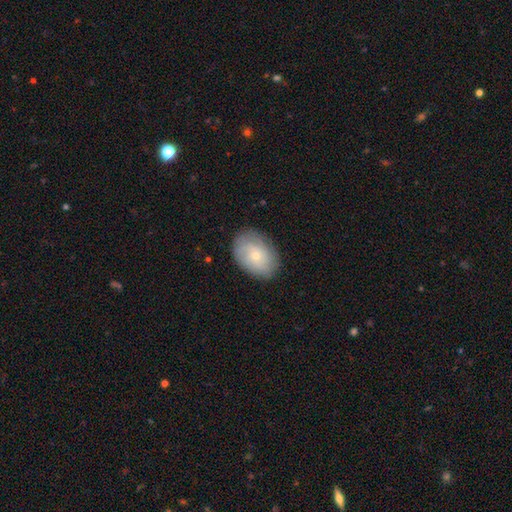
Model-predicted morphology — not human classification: Overall: smooth (56%; featured or disk 36%). How rounded: in between (76%). Merging: none (80%).